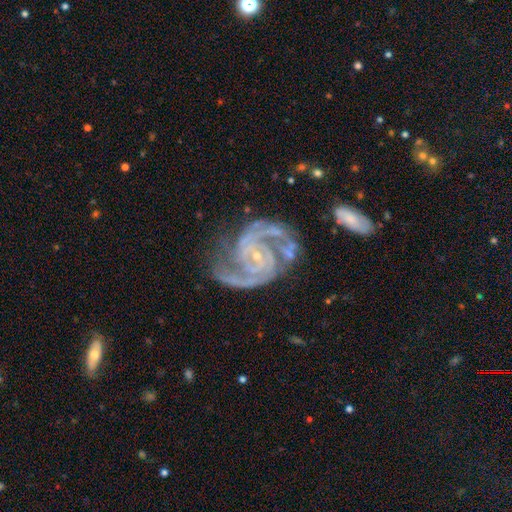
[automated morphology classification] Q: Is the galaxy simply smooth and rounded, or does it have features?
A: featured or disk — 93%.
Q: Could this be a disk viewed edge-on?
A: no — 98%.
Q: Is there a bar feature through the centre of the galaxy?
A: no — 55%.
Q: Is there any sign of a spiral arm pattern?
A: yes — 99%.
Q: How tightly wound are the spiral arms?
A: medium — 49%.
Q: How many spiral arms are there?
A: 2 — 73%.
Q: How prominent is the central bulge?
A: small — 84%.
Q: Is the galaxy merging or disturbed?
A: none — 59%.